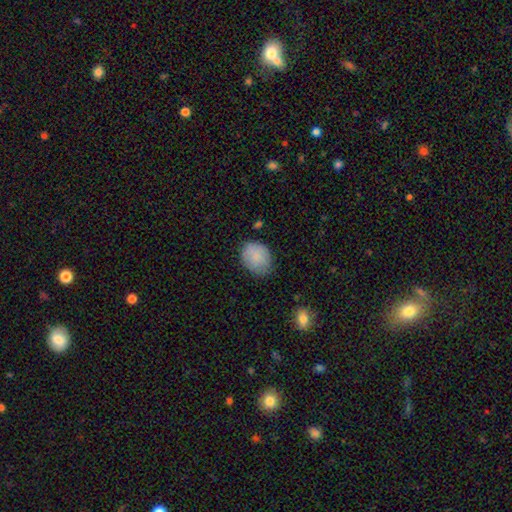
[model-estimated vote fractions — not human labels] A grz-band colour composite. It shows a smooth galaxy with no disk features (85%) that is round (50%). Merging: none (66%).